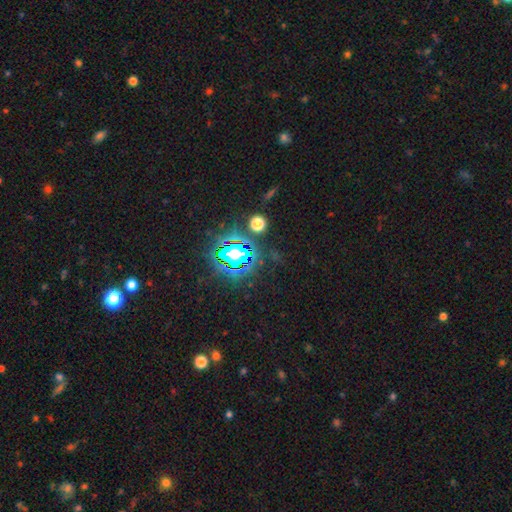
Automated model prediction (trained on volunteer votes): smooth_or_featured: star or artifact (p=0.78) [alt: smooth p=0.14]